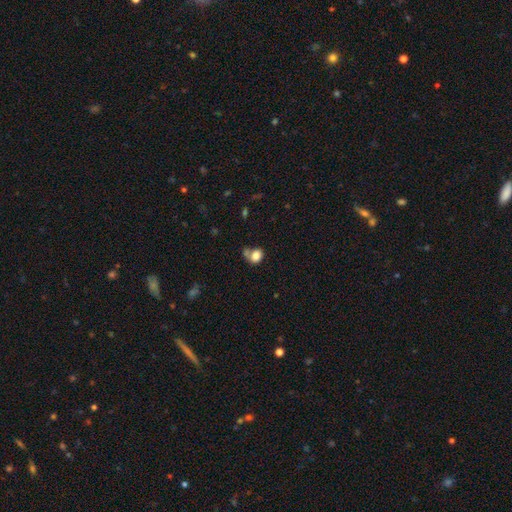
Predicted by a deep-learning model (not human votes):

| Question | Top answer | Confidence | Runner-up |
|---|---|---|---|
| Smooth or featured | smooth | 82% | star or artifact (10%) |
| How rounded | in between | 53% | round (46%) |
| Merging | none | 42% | merger (28%) |